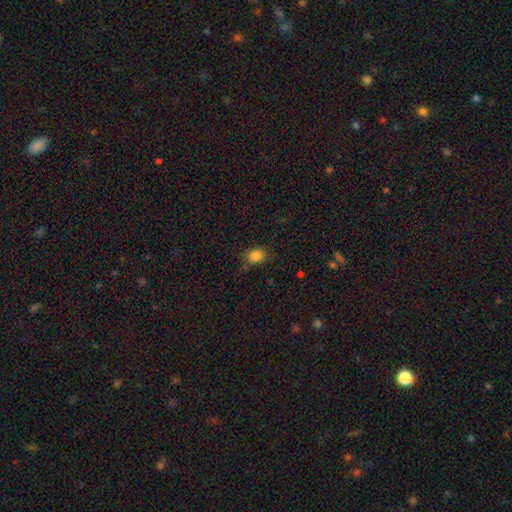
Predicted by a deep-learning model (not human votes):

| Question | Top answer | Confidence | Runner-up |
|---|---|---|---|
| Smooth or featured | smooth | 83% | star or artifact (13%) |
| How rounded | round | 63% | in between (36%) |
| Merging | none | 76% | minor disturbance (17%) |